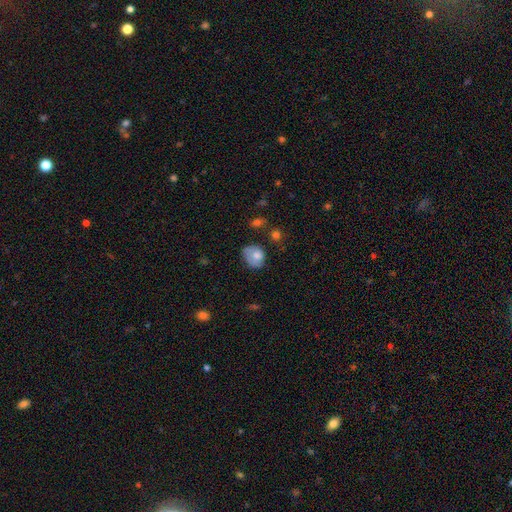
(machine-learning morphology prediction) Smooth or featured?
  - smooth: 71% *
  - featured or disk: 21%
  - star or artifact: 8%
How rounded?
  - in between: 50% *
  - round: 49%
  - cigar-shaped: 1%
Merging?
  - none: 43% *
  - minor disturbance: 36%
  - major disturbance: 17%
  - merger: 4%